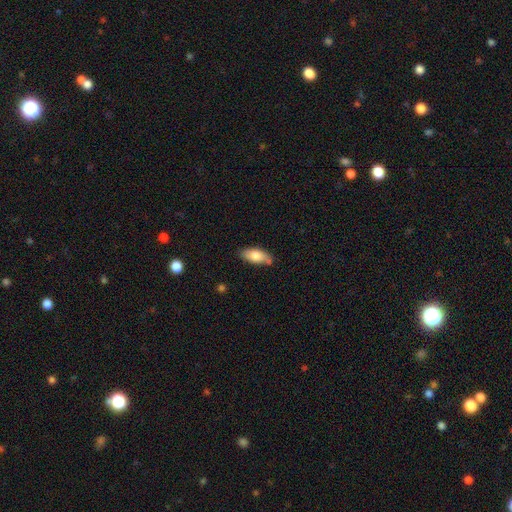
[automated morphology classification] The model was most divided on "merging": none: 75%, minor disturbance: 18%, merger: 3%, major disturbance: 3%. More confident: how rounded — in between (84%); smooth or featured — smooth (76%).